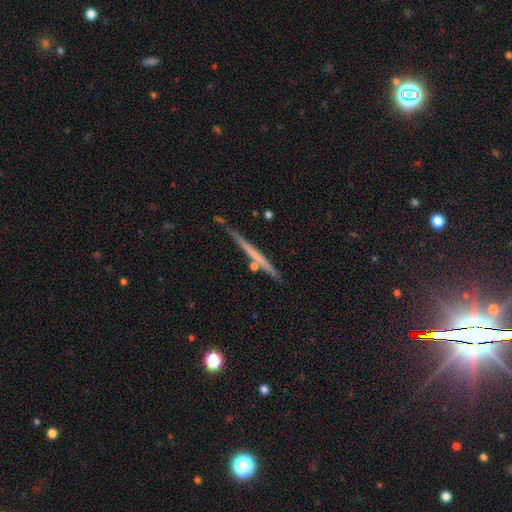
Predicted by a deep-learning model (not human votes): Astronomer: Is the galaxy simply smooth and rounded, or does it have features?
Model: featured or disk — 55% (runner-up: smooth, 39%).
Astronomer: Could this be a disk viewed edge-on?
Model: yes — 97%.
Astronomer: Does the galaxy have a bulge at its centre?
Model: none — 87%.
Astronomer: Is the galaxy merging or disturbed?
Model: none — 80%.